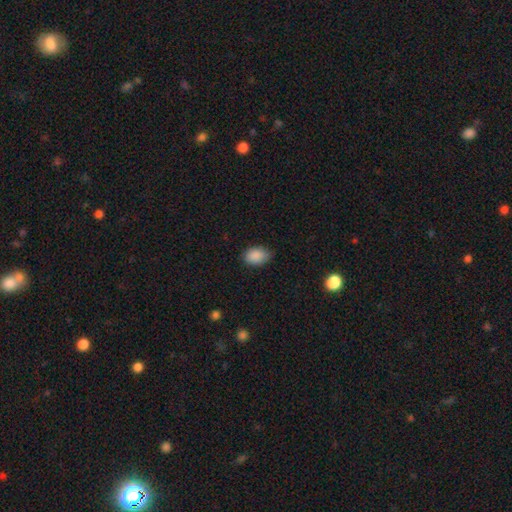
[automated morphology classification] smooth 88%, star or artifact 8%, featured or disk 4%. Down the decision tree: how rounded — in between (83%); merging — none (76%).